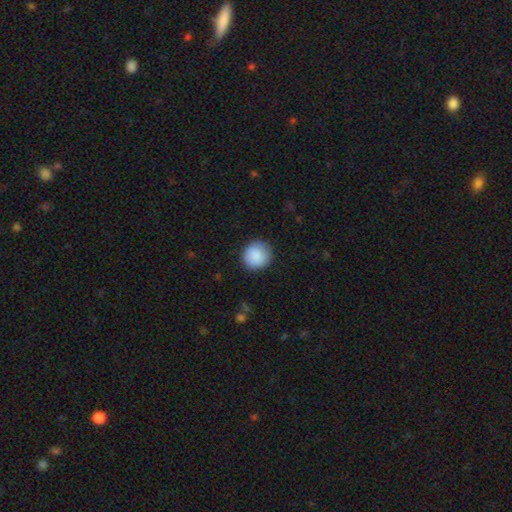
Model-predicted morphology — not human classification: smooth 88%, star or artifact 7%, featured or disk 5%. Down the decision tree: how rounded — round (93%); merging — none (87%).